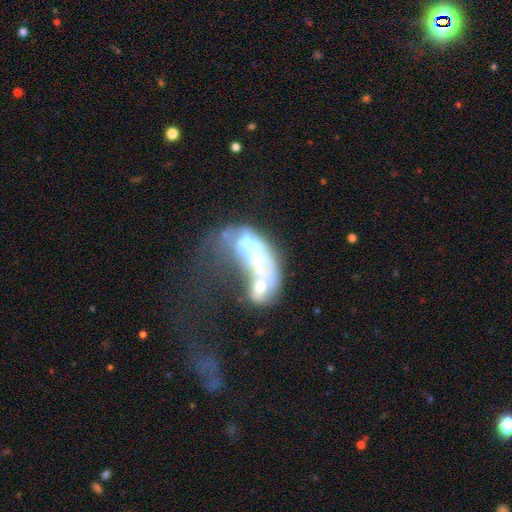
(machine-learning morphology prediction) Smooth or featured?
  - featured or disk: 62% *
  - smooth: 24%
  - star or artifact: 14%
Edge-on disk?
  - no: 94% *
  - yes: 6%
Bar?
  - no: 84% *
  - weak: 10%
  - strong: 6%
Spiral arms?
  - no: 89% *
  - yes: 11%
Bulge size?
  - none: 38% *
  - moderate: 30%
  - small: 17%
  - large: 11%
  - dominant: 4%
Merging?
  - merger: 51% *
  - major disturbance: 32%
  - none: 10%
  - minor disturbance: 7%